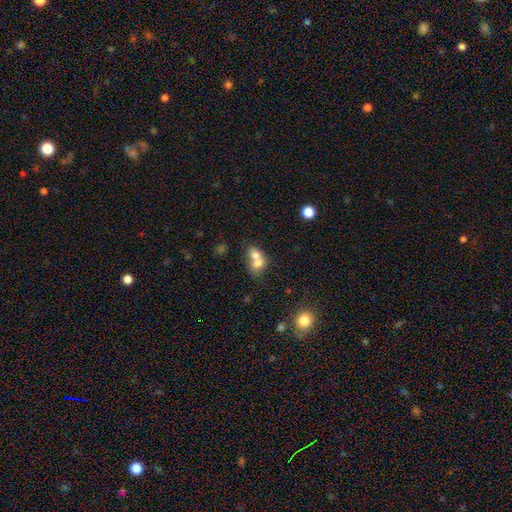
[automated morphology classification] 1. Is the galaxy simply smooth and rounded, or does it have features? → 70% smooth, 20% featured or disk, 10% star or artifact.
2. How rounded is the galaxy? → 56% in between, 42% round, 2% cigar-shaped.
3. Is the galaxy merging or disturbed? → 74% merger, 17% none, 5% minor disturbance, 3% major disturbance.